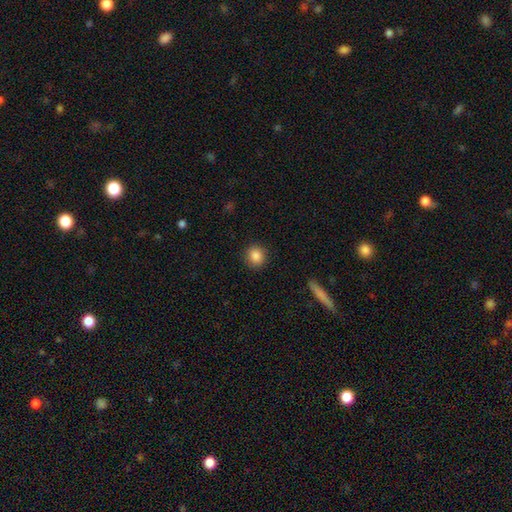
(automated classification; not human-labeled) Overall: smooth (87%). How rounded: round (88%). Merging: none (91%).